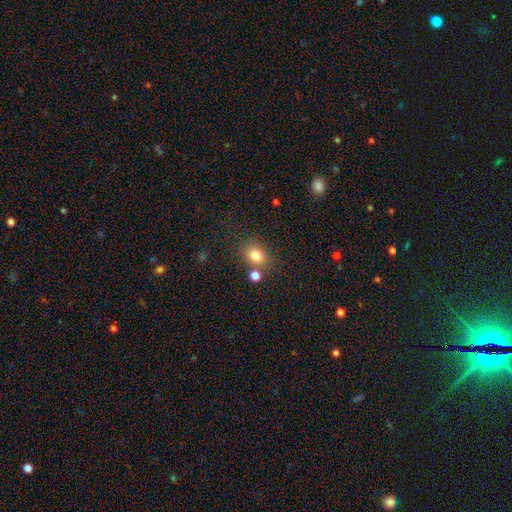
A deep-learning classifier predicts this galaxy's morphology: Smooth or featured? smooth (80%)
How rounded? round (60%)
Merging? none (69%)